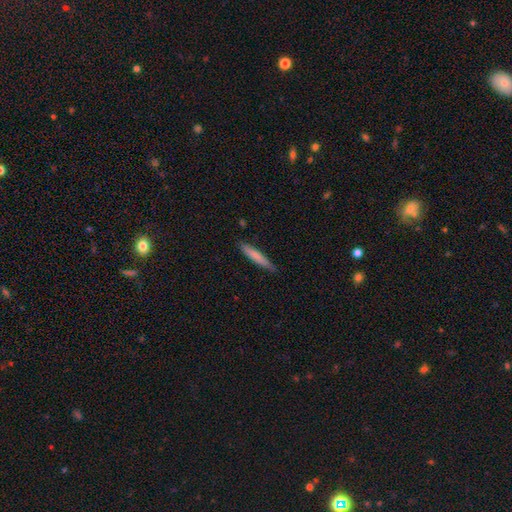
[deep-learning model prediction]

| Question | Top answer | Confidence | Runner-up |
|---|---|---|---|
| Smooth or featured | smooth | 75% | featured or disk (19%) |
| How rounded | cigar-shaped | 92% | in between (7%) |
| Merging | none | 83% | minor disturbance (14%) |